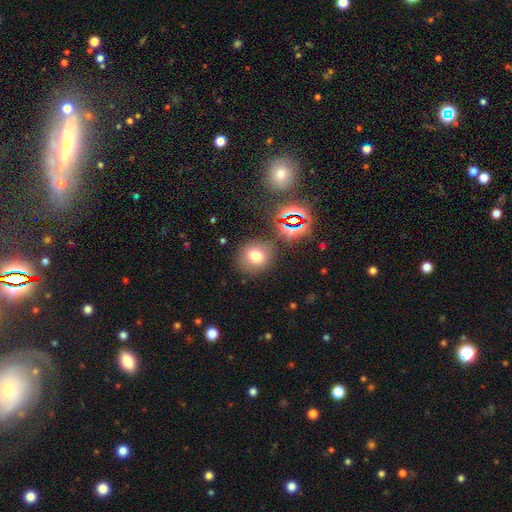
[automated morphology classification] smooth-or-featured: smooth: 69% | star or artifact: 20% | featured or disk: 11%
  how-rounded: round: 83% | in between: 16% | cigar-shaped: 1%
  merging: none: 81% | minor disturbance: 10% | merger: 5% | major disturbance: 4%